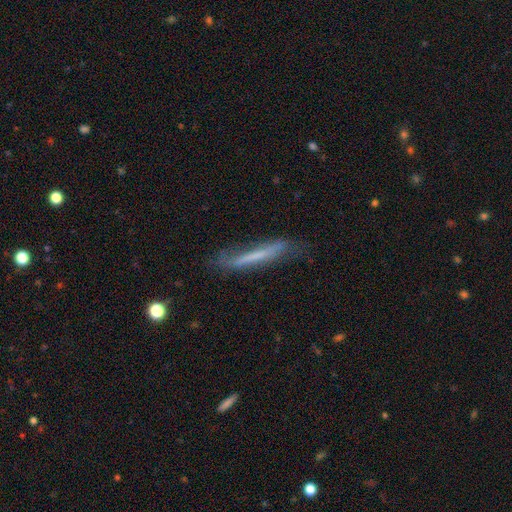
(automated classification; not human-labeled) Smooth or featured: smooth — 47% (featured or disk — 45%)
Merging: none — 62% (minor disturbance — 25%)